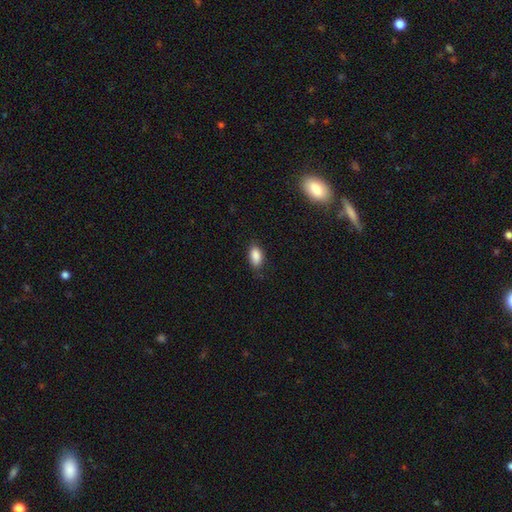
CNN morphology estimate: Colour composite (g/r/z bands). It shows a smooth galaxy with no disk features (88%) that is in between round and cigar-shaped (92%). Merging: none (79%).